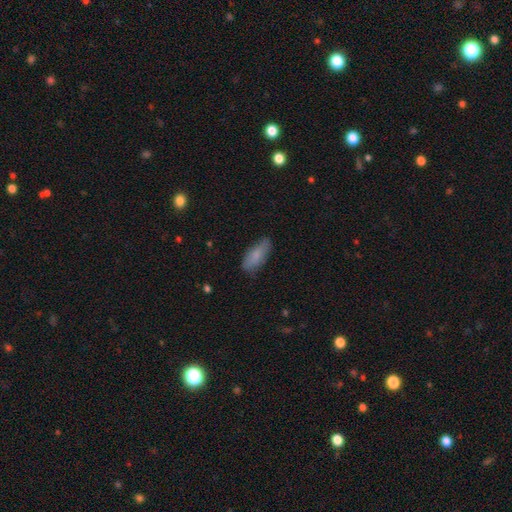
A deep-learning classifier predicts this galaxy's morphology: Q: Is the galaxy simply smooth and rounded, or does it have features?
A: smooth — 81%.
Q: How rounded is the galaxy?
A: in between — 77%.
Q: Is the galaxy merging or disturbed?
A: none — 76%.